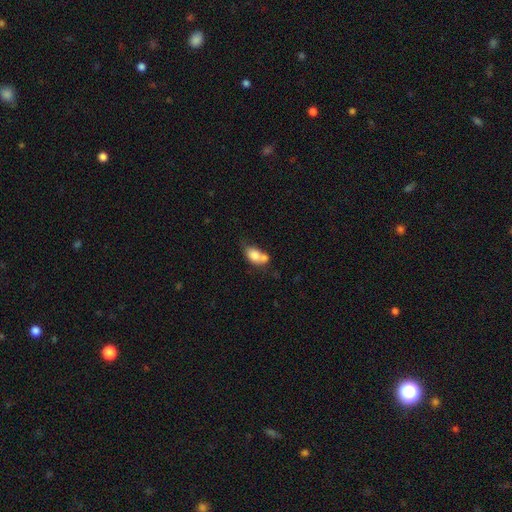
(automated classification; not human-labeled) smooth-or-featured: smooth: 74% | featured or disk: 17% | star or artifact: 9%
  how-rounded: in between: 79% | round: 17% | cigar-shaped: 4%
  merging: merger: 53% | none: 24% | minor disturbance: 15% | major disturbance: 8%